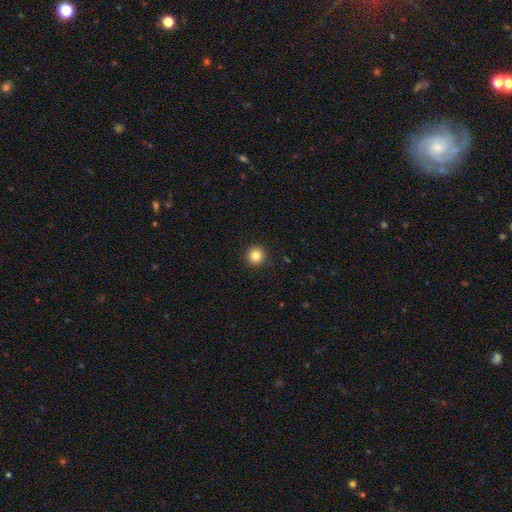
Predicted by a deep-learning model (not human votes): A smooth galaxy with no disk features (84%) that is round (95%).

Vote fractions:
- Smooth or featured? smooth: 84% / star or artifact: 11% / featured or disk: 5%
- How rounded? round: 95% / in between: 4% / cigar-shaped: 1%
- Merging? none: 93% / minor disturbance: 5% / major disturbance: 2% / merger: 1%